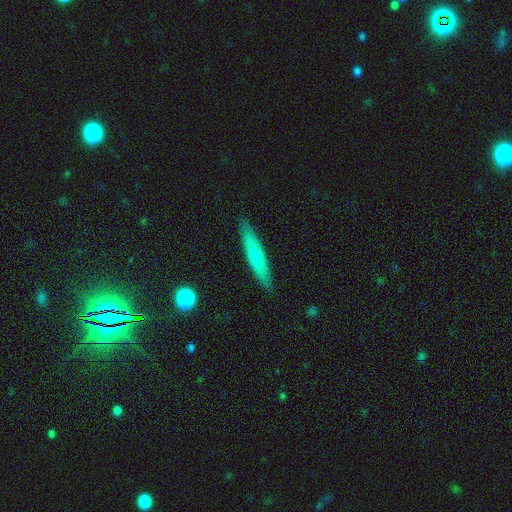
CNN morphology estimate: Smooth or featured: smooth — 59% (featured or disk — 35%)
How rounded: cigar-shaped — 90% (in between — 9%)
Merging: none — 90% (minor disturbance — 8%)